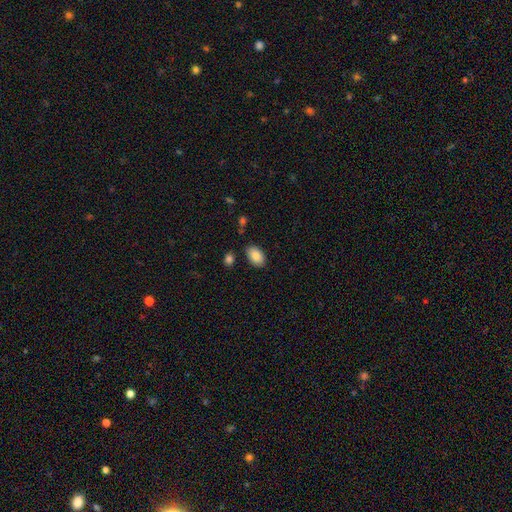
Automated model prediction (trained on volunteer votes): A smooth galaxy with no disk features (87%) that is in between round and cigar-shaped (92%).

Vote fractions:
- Smooth or featured? smooth: 87% / star or artifact: 7% / featured or disk: 6%
- How rounded? in between: 92% / round: 7% / cigar-shaped: 1%
- Merging? none: 83% / minor disturbance: 11% / merger: 3% / major disturbance: 3%